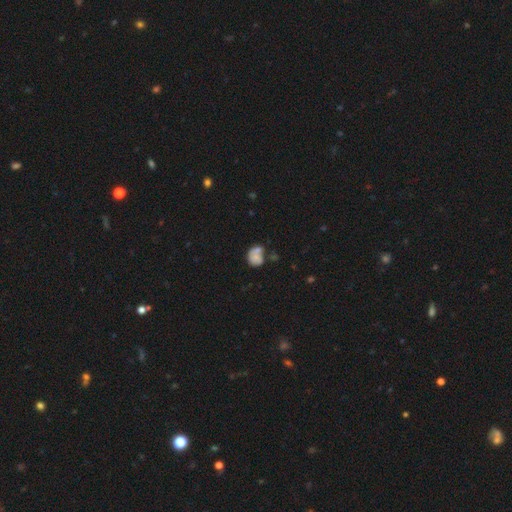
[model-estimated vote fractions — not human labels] The model was most divided on "merging": none: 34%, merger: 29%, minor disturbance: 22%, major disturbance: 15%. More confident: smooth or featured — smooth (57%); how rounded — round (54%).